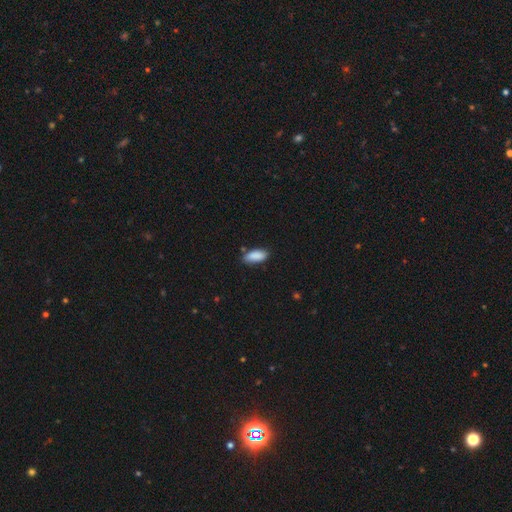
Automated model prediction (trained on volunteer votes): smooth-or-featured: smooth: 89% | star or artifact: 7% | featured or disk: 4%
  how-rounded: in between: 86% | cigar-shaped: 12% | round: 2%
  merging: none: 76% | minor disturbance: 18% | major disturbance: 3% | merger: 3%